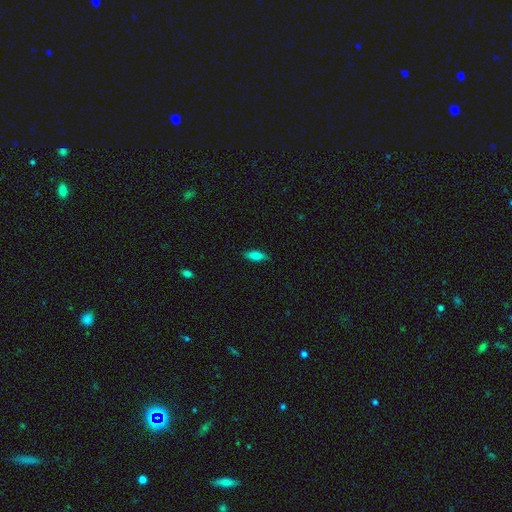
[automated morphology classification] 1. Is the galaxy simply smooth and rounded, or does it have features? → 78% smooth, 14% featured or disk, 8% star or artifact.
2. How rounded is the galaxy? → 60% in between, 37% cigar-shaped, 2% round.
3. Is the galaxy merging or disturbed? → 85% none, 12% minor disturbance, 2% major disturbance, 1% merger.